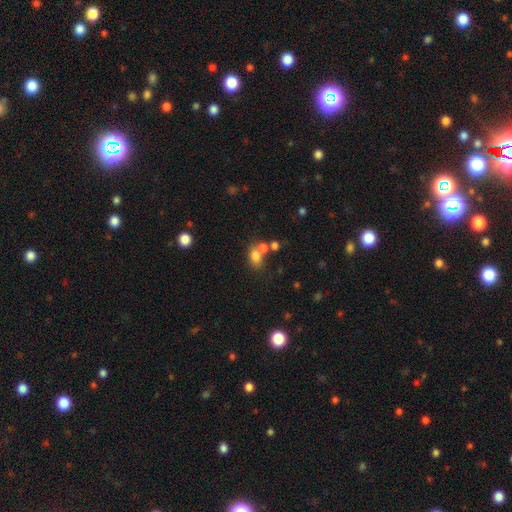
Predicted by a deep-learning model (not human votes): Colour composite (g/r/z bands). It shows a smooth galaxy with no disk features (76%) that is in between round and cigar-shaped (71%). Merging: none (45%).